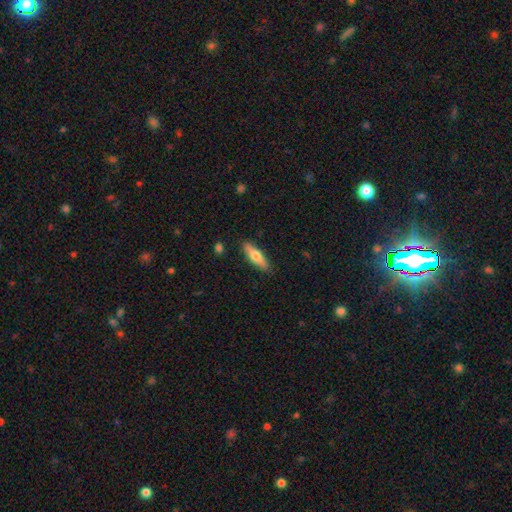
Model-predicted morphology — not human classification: smooth-or-featured: smooth: 66% | featured or disk: 28% | star or artifact: 6%
  how-rounded: cigar-shaped: 58% | in between: 40% | round: 2%
  merging: none: 87% | minor disturbance: 10% | major disturbance: 2% | merger: 1%